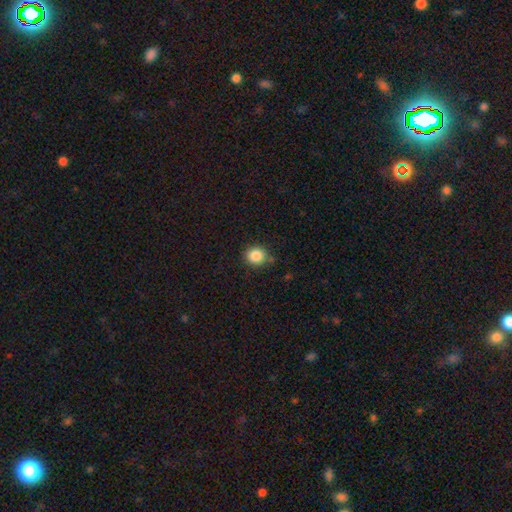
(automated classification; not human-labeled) A smooth galaxy with no disk features (85%) that is round (86%).

Vote fractions:
- Smooth or featured? smooth: 85% / star or artifact: 10% / featured or disk: 4%
- How rounded? round: 86% / in between: 13% / cigar-shaped: 1%
- Merging? none: 82% / minor disturbance: 12% / merger: 3% / major disturbance: 3%